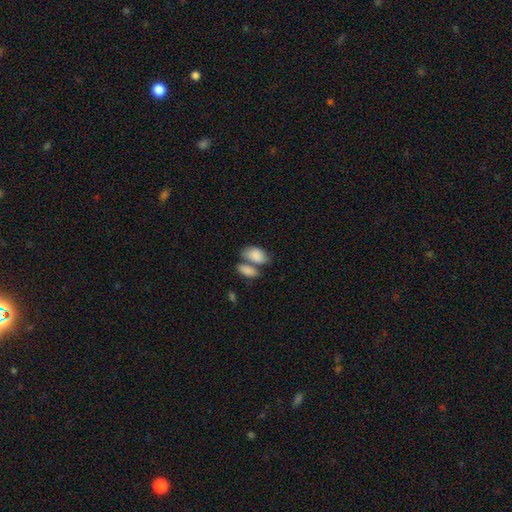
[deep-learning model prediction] smooth-or-featured: smooth: 85% | featured or disk: 9% | star or artifact: 6%
  how-rounded: in between: 93% | round: 5% | cigar-shaped: 2%
  merging: merger: 52% | none: 31% | minor disturbance: 12% | major disturbance: 5%